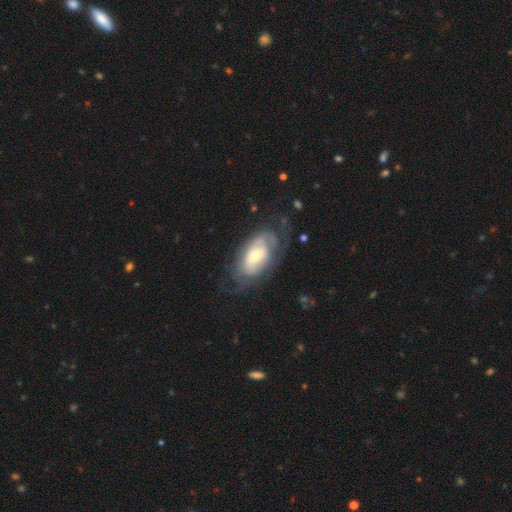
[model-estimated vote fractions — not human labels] Overall: featured or disk (66%; smooth 28%). Edge-on disk: no (93%). Bar: no (57%; weak 32%). Spiral arms: yes (73%). Bulge size: moderate (45%; small 44%). Merging: none (56%; minor disturbance 22%).